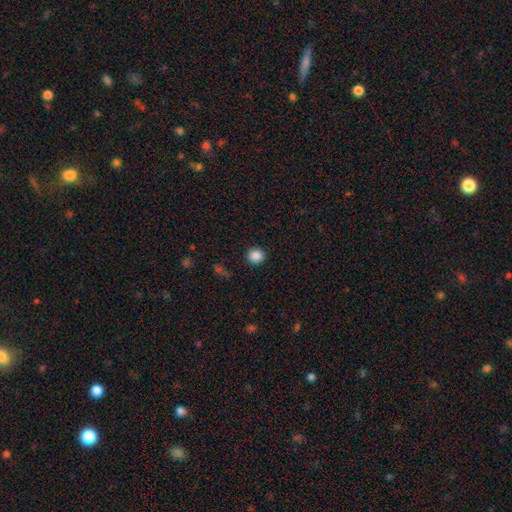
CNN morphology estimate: smooth 86%, star or artifact 10%, featured or disk 4%. Down the decision tree: how rounded — round (93%); merging — none (92%).